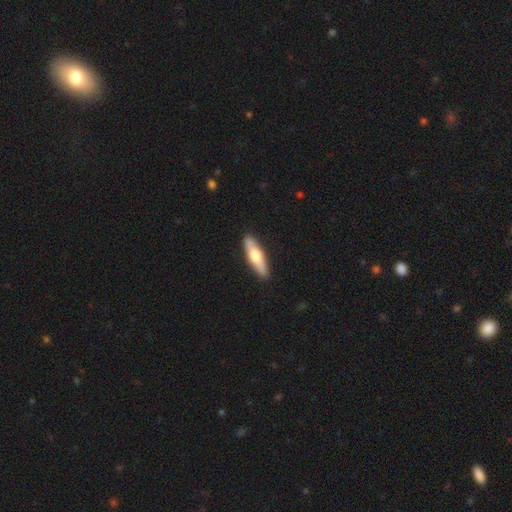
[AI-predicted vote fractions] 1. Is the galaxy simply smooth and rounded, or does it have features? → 55% smooth, 40% featured or disk, 5% star or artifact.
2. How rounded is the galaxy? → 69% cigar-shaped, 29% in between, 2% round.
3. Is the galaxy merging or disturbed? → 91% none, 7% minor disturbance, 1% major disturbance, 1% merger.